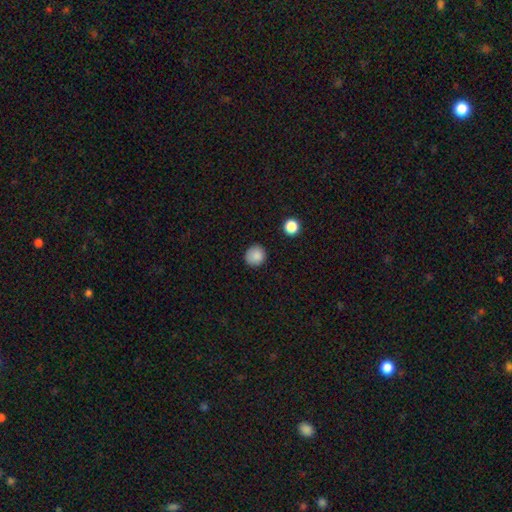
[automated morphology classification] smooth-or-featured: smooth: 86% | star or artifact: 10% | featured or disk: 4%
  how-rounded: round: 90% | in between: 9% | cigar-shaped: 1%
  merging: none: 87% | minor disturbance: 9% | major disturbance: 2% | merger: 1%